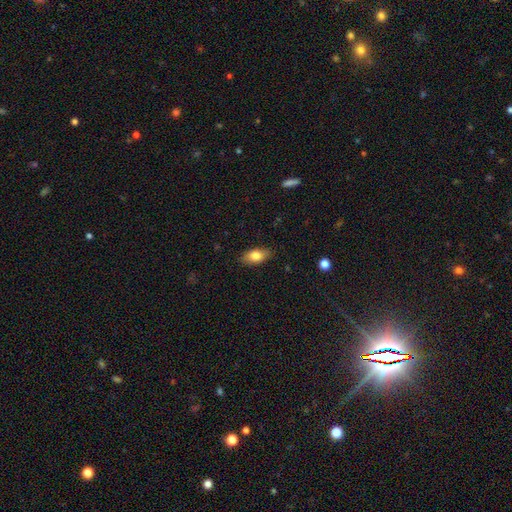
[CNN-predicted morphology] type=smooth (80%); roundness=in between (89%); merging=none (86%).